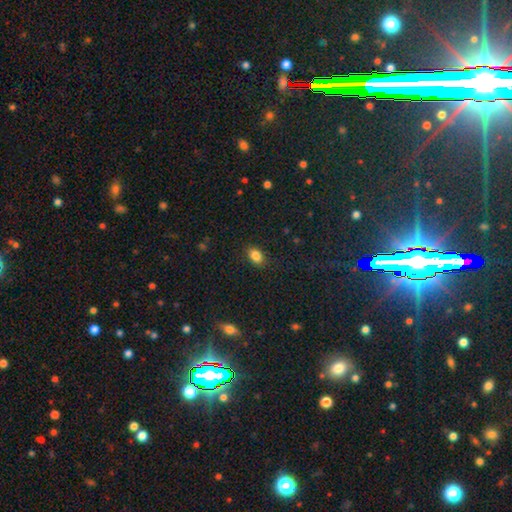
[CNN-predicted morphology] type=smooth (85%); roundness=in between (83%); merging=none (86%).